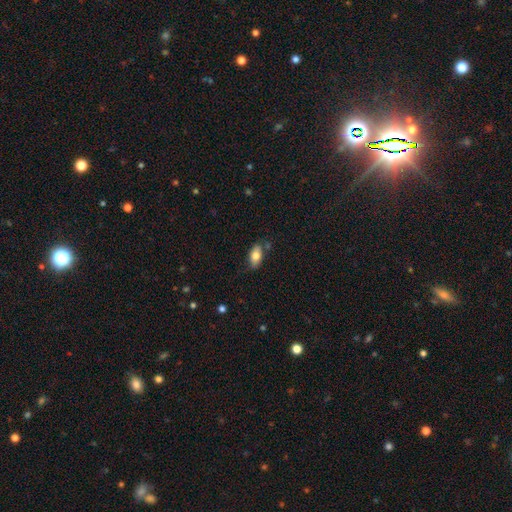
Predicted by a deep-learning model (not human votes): A smooth galaxy with no disk features (76%) that is in between round and cigar-shaped (90%). Merging: none (77%).